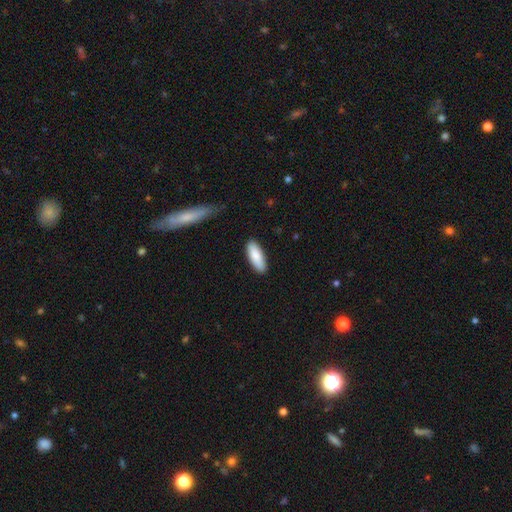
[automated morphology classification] smooth_or_featured: smooth (p=0.86) [alt: featured or disk p=0.09]
how_rounded: in between (p=0.69) [alt: cigar-shaped p=0.30]
merging: none (p=0.87) [alt: minor disturbance p=0.10]